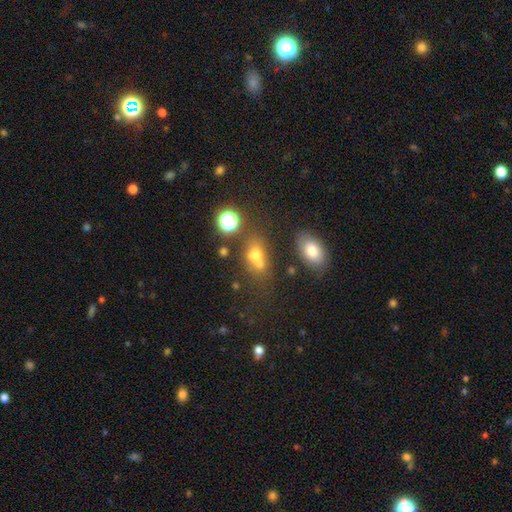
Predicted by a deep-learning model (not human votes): Q: Smooth or featured?
A: smooth (60%); runner-up: star or artifact (23%)
Q: How rounded?
A: in between (59%); runner-up: round (35%)
Q: Merging?
A: none (40%); runner-up: merger (37%)